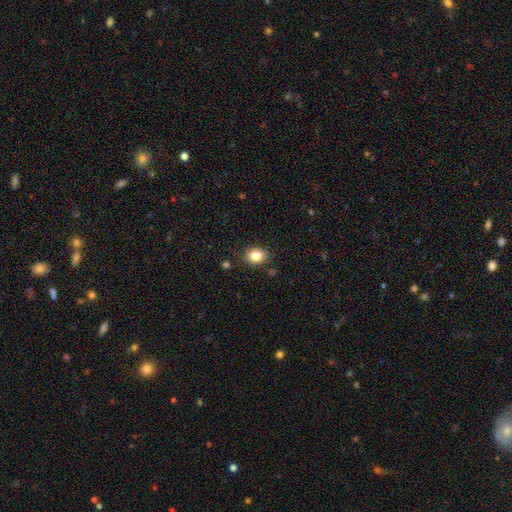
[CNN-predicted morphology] This appears to be a smooth galaxy with no disk features (83%) that is round (53%). Merging: none (86%).